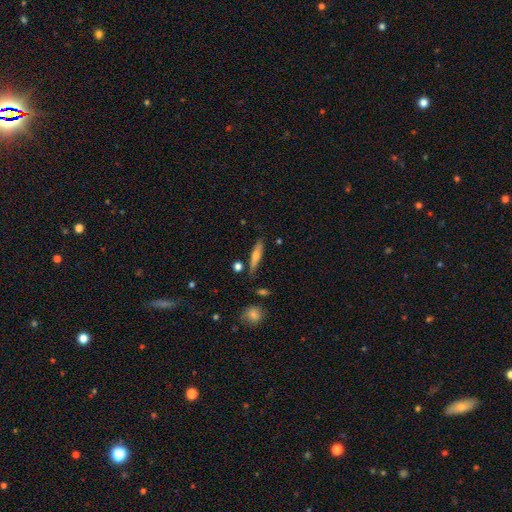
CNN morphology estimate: Q: Smooth or featured?
A: smooth (49%); runner-up: featured or disk (43%)
Q: Merging?
A: none (81%); runner-up: minor disturbance (12%)